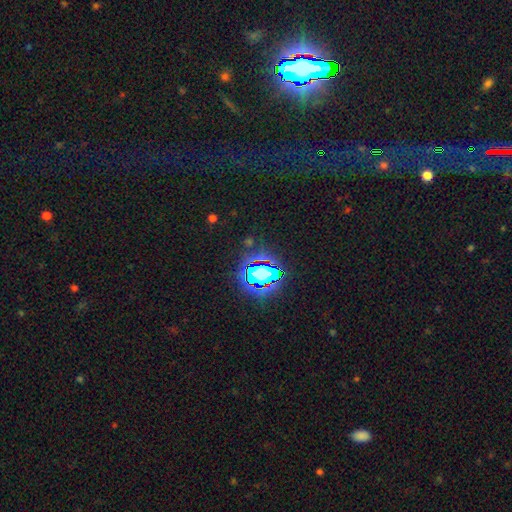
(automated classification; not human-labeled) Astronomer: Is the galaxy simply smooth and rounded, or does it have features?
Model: star or artifact — 81%.